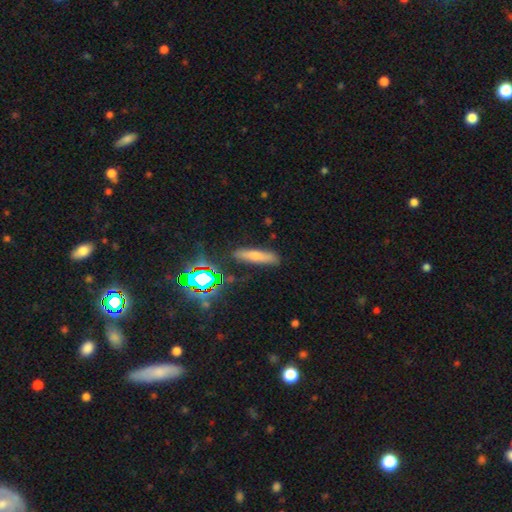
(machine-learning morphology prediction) smooth-or-featured: smooth: 65% | featured or disk: 20% | star or artifact: 15%
  how-rounded: cigar-shaped: 80% | in between: 17% | round: 3%
  merging: none: 84% | minor disturbance: 11% | major disturbance: 3% | merger: 3%